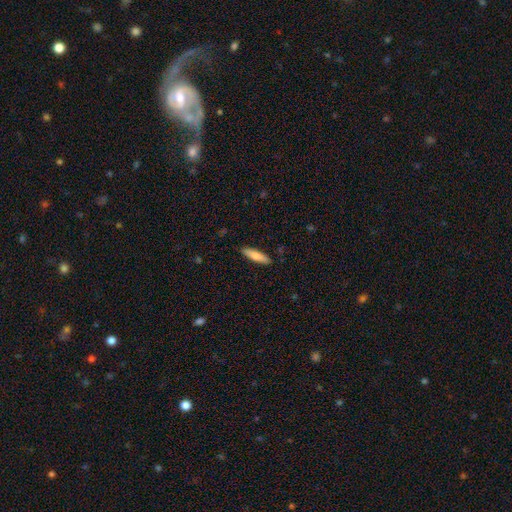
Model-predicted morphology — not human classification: smooth_or_featured: smooth (p=0.78) [alt: featured or disk p=0.16]
how_rounded: cigar-shaped (p=0.71) [alt: in between p=0.27]
merging: none (p=0.89) [alt: minor disturbance p=0.08]